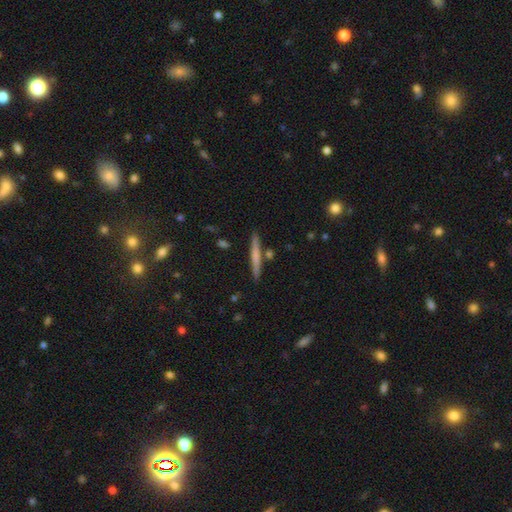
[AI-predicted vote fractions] Smooth or featured?
  - smooth: 60% *
  - featured or disk: 34%
  - star or artifact: 6%
How rounded?
  - cigar-shaped: 96% *
  - in between: 3%
  - round: 2%
Merging?
  - none: 86% *
  - minor disturbance: 8%
  - merger: 4%
  - major disturbance: 2%